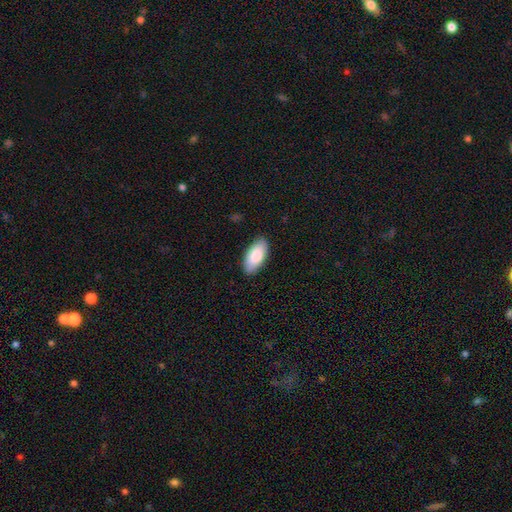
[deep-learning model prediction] The model was most divided on "smooth or featured": smooth: 86%, featured or disk: 9%, star or artifact: 5%. More confident: how rounded — in between (93%); merging — none (88%).